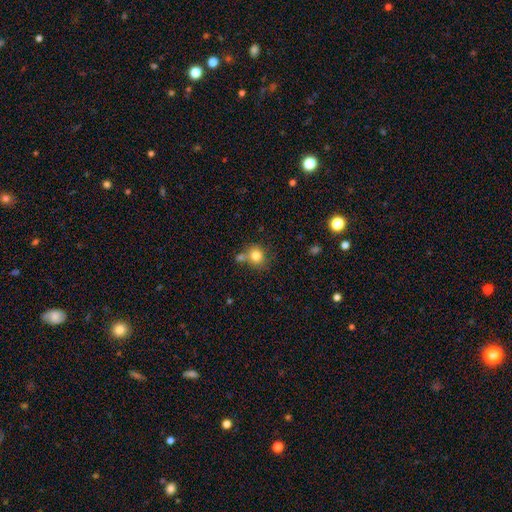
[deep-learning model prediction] smooth_or_featured: smooth (p=0.81) [alt: star or artifact p=0.11]
how_rounded: round (p=0.81) [alt: in between p=0.18]
merging: none (p=0.57) [alt: merger p=0.25]